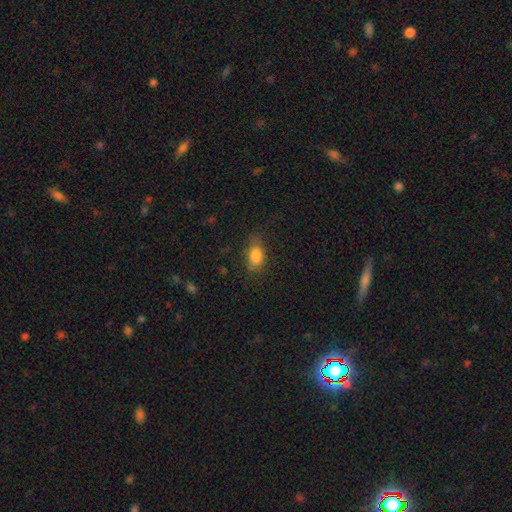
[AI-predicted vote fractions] Smooth or featured? Predicted: smooth (p=0.83). How rounded? Predicted: in between (p=0.83). Merging? Predicted: none (p=0.66).